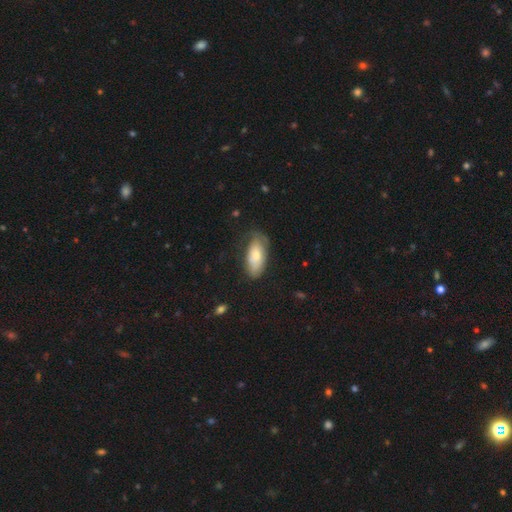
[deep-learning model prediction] Smooth or featured?
  - smooth: 67% *
  - featured or disk: 27%
  - star or artifact: 6%
How rounded?
  - in between: 87% *
  - cigar-shaped: 11%
  - round: 3%
Merging?
  - none: 61% *
  - minor disturbance: 29%
  - major disturbance: 9%
  - merger: 2%